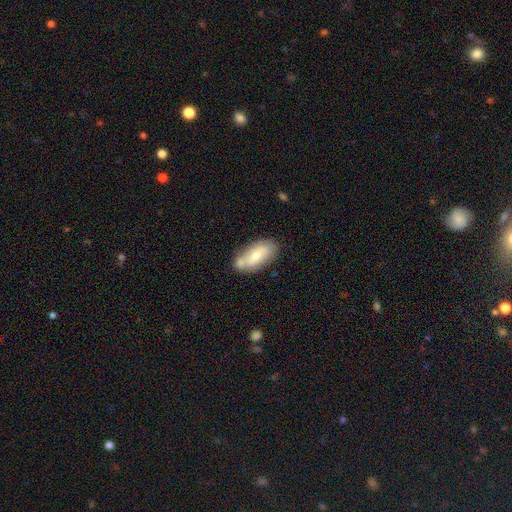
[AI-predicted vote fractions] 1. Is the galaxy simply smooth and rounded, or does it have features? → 61% smooth, 33% featured or disk, 6% star or artifact.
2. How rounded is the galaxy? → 88% in between, 9% cigar-shaped, 3% round.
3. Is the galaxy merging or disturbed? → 57% none, 19% minor disturbance, 19% merger, 5% major disturbance.